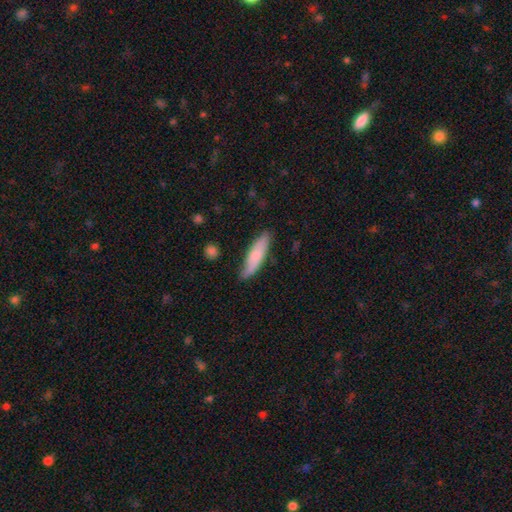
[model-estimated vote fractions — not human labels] Morphology: type=smooth (72%); roundness=cigar-shaped (69%); merging=none (76%).